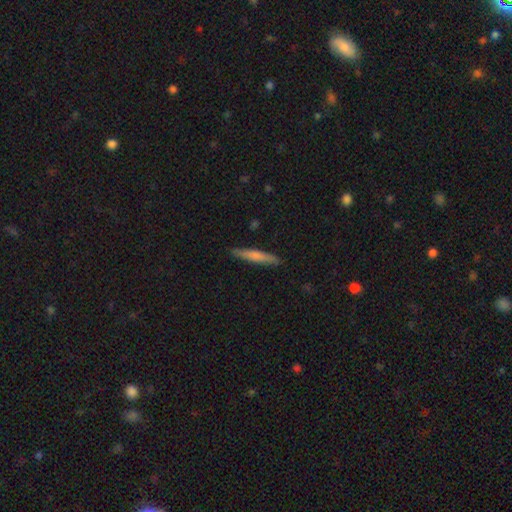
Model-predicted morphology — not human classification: smooth 69%, featured or disk 26%, star or artifact 5%. Down the decision tree: how rounded — cigar-shaped (92%); merging — none (88%).